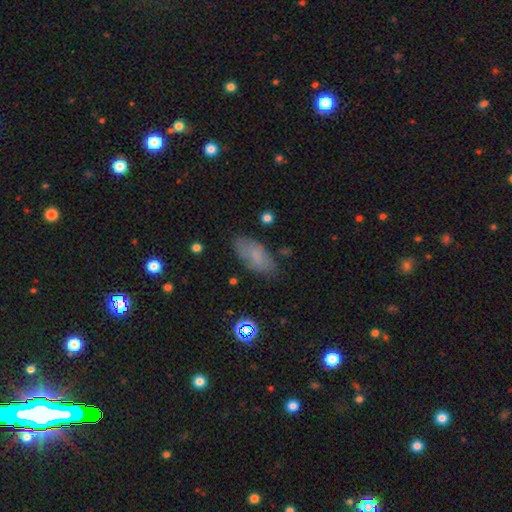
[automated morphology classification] smooth 73%, featured or disk 16%, star or artifact 10%. Down the decision tree: how rounded — in between (89%); merging — none (75%).